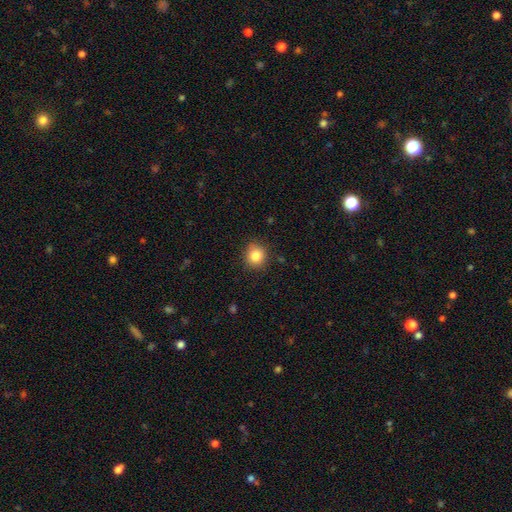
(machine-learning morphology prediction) smooth-or-featured: smooth: 84% | star or artifact: 10% | featured or disk: 6%
  how-rounded: round: 85% | in between: 14% | cigar-shaped: 1%
  merging: none: 87% | minor disturbance: 9% | major disturbance: 2% | merger: 1%